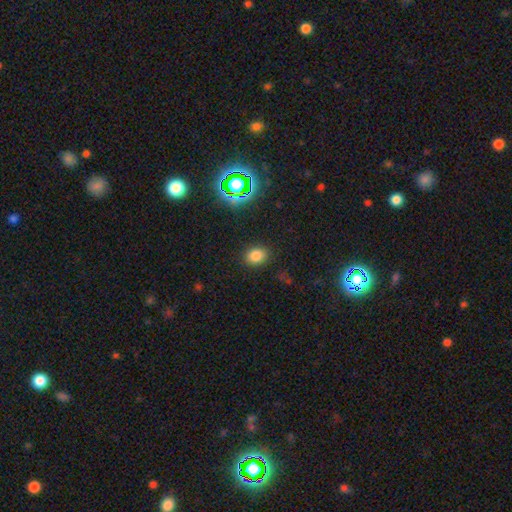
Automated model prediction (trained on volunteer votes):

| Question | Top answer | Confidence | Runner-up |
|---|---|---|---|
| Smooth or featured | smooth | 78% | star or artifact (16%) |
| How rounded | in between | 54% | round (45%) |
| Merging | none | 88% | minor disturbance (8%) |